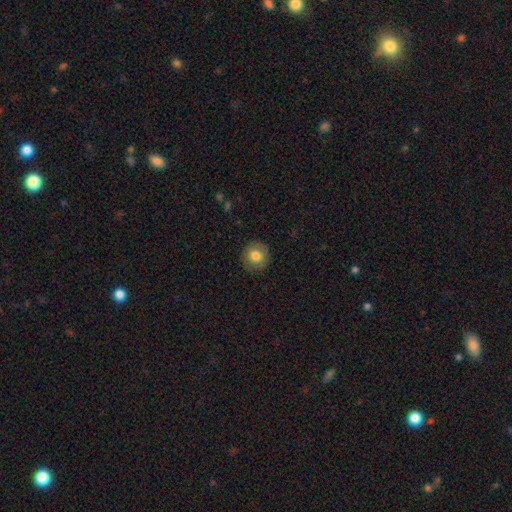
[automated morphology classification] Smooth or featured? smooth (79%)
How rounded? round (93%)
Merging? none (89%)